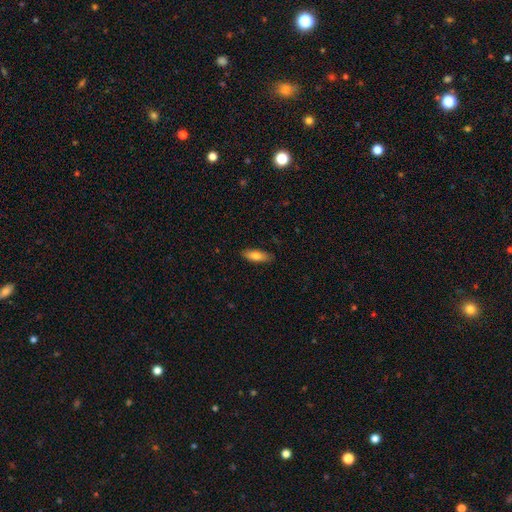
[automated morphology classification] Smooth or featured: smooth — 79% (featured or disk — 15%)
How rounded: in between — 59% (cigar-shaped — 39%)
Merging: none — 85% (minor disturbance — 12%)